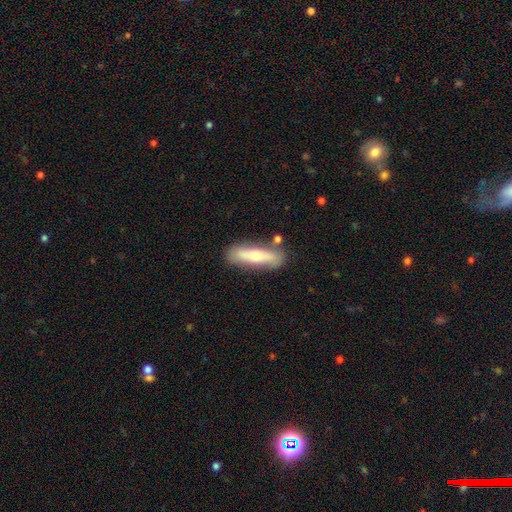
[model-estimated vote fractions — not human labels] A smooth galaxy with no disk features (51%) that is cigar-shaped (70%). Merging: none (76%).